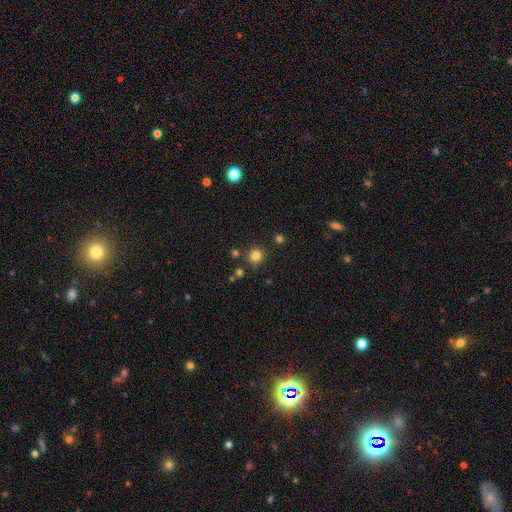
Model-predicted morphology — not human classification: Smooth or featured: smooth — 80% (star or artifact — 15%)
How rounded: round — 93% (in between — 6%)
Merging: none — 84% (minor disturbance — 8%)